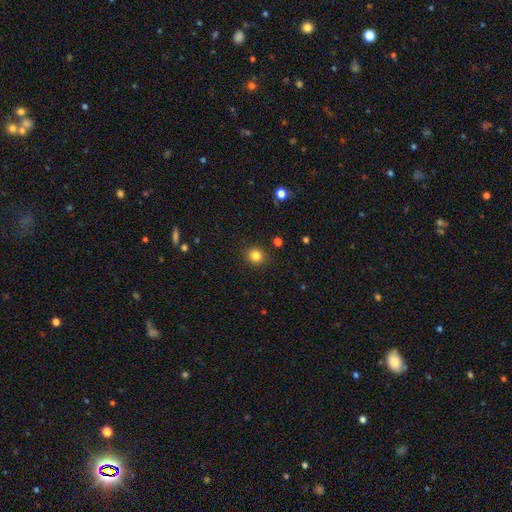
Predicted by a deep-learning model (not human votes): Smooth or featured?
  - smooth: 83% *
  - star or artifact: 12%
  - featured or disk: 5%
How rounded?
  - round: 83% *
  - in between: 16%
  - cigar-shaped: 1%
Merging?
  - none: 90% *
  - minor disturbance: 7%
  - major disturbance: 2%
  - merger: 1%